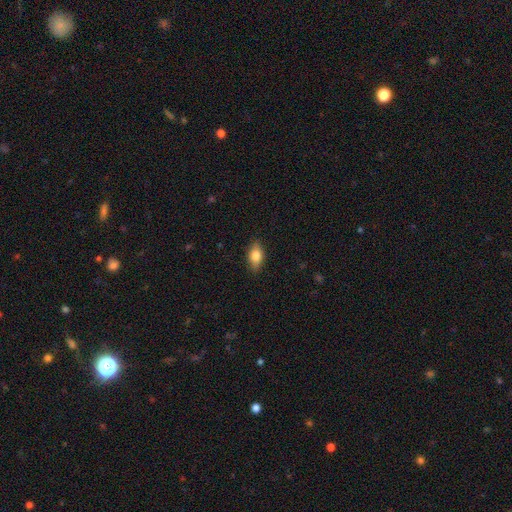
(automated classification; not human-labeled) Smooth or featured? smooth (77%)
How rounded? in between (86%)
Merging? none (86%)